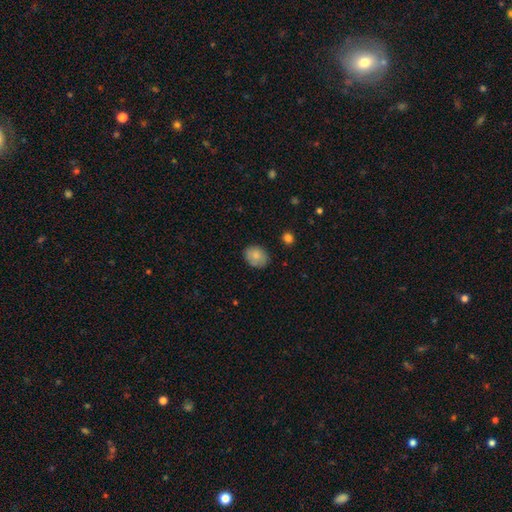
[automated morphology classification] Smooth or featured: smooth — 82% (featured or disk — 11%)
How rounded: in between — 55% (round — 44%)
Merging: none — 79% (minor disturbance — 16%)